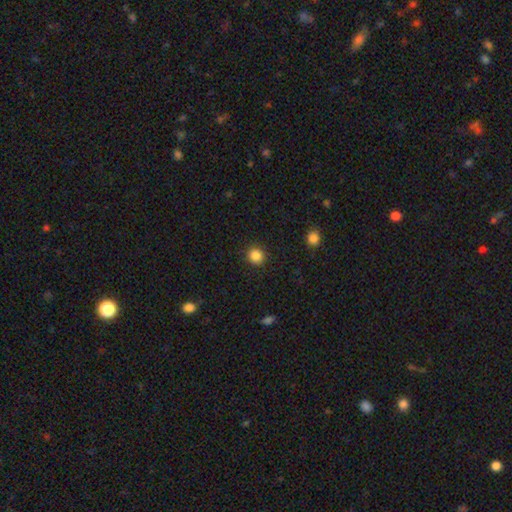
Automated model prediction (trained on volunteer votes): Smooth or featured: smooth — 86% (star or artifact — 11%)
How rounded: round — 92% (in between — 7%)
Merging: none — 91% (minor disturbance — 6%)